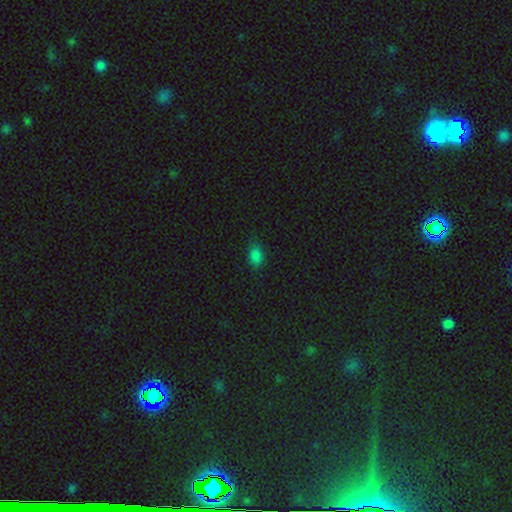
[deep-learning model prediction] Morphology: type=smooth (79%); roundness=in between (83%); merging=none (75%).